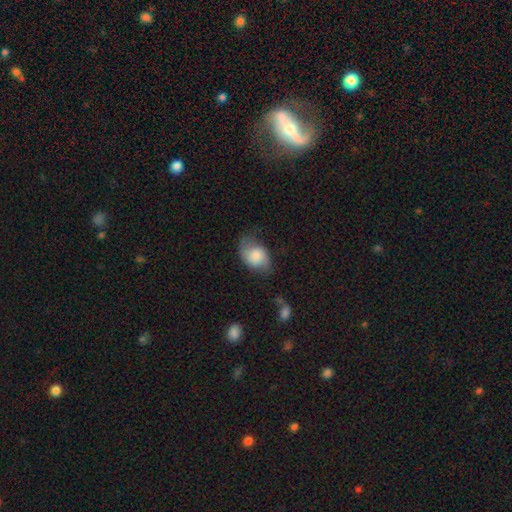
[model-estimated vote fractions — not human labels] This is likely a smooth galaxy (62%). How rounded: likely in between (76%). Merging: possibly none (50%).